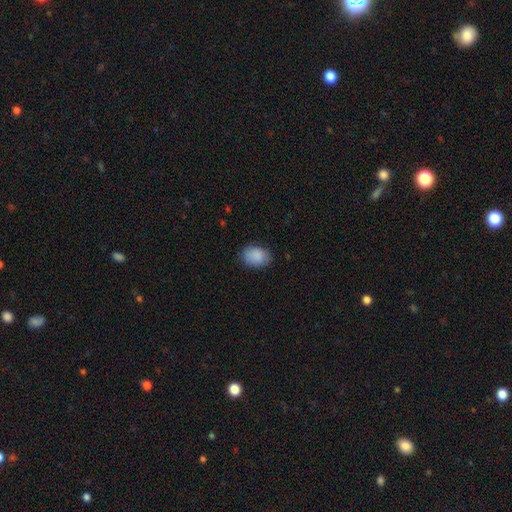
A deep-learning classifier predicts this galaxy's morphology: smooth 89%, star or artifact 7%, featured or disk 5%. Down the decision tree: how rounded — in between (73%); merging — none (82%).